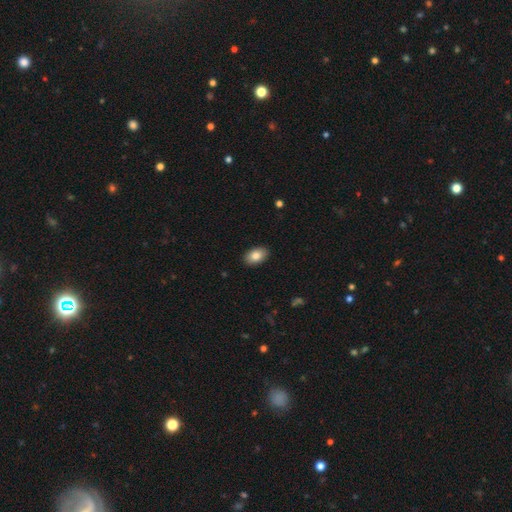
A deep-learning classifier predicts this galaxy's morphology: The model was most divided on "smooth or featured": smooth: 84%, featured or disk: 9%, star or artifact: 7%. More confident: how rounded — in between (91%); merging — none (90%).